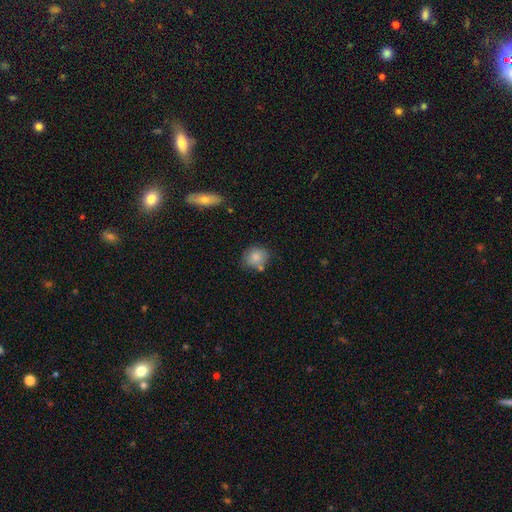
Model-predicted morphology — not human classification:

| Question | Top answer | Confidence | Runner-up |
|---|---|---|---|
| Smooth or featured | smooth | 76% | featured or disk (12%) |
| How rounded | round | 69% | in between (30%) |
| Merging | none | 75% | minor disturbance (15%) |